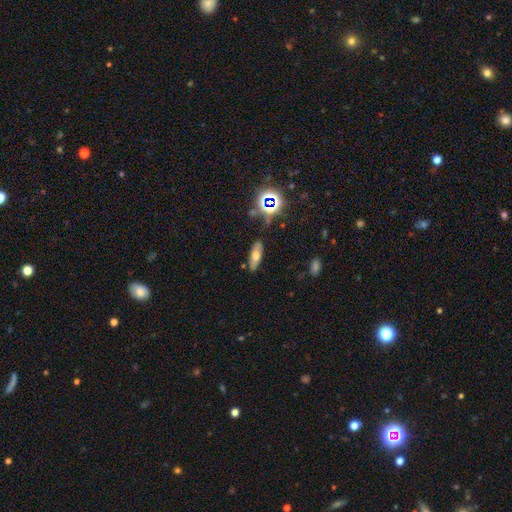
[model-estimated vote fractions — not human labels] Overall: smooth (55%; featured or disk 29%). How rounded: in between (65%; cigar-shaped 31%). Merging: none (82%).